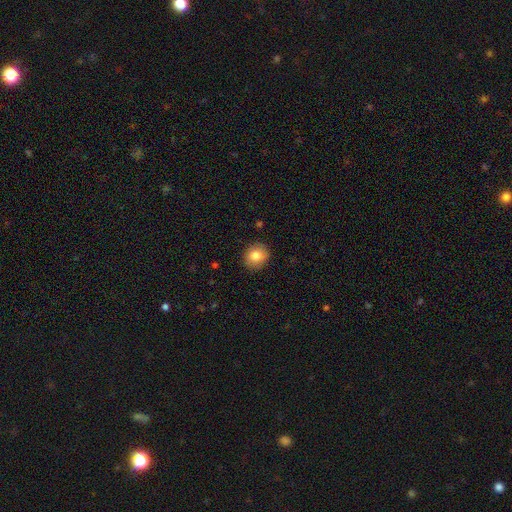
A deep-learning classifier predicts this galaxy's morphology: smooth_or_featured: smooth (p=0.81) [alt: featured or disk p=0.10]
how_rounded: round (p=0.78) [alt: in between p=0.21]
merging: none (p=0.87) [alt: minor disturbance p=0.10]